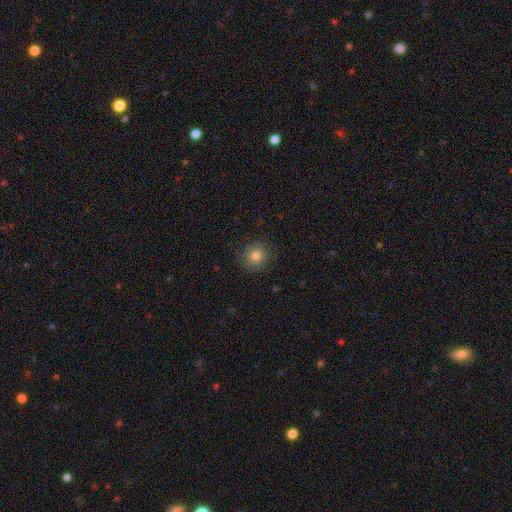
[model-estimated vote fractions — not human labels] smooth_or_featured: smooth (p=0.79) [alt: star or artifact p=0.12]
how_rounded: round (p=0.88) [alt: in between p=0.11]
merging: none (p=0.86) [alt: minor disturbance p=0.10]